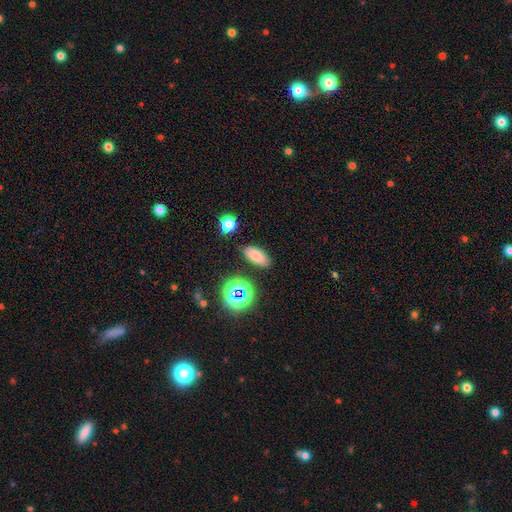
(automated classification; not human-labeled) Smooth or featured? Predicted: smooth (p=0.73). How rounded? Predicted: in between (p=0.84). Merging? Predicted: none (p=0.83).